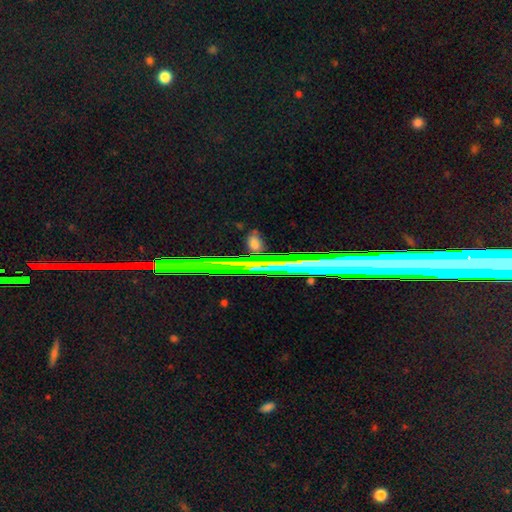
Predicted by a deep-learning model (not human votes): Q: Smooth or featured?
A: star or artifact (48%); runner-up: featured or disk (39%)